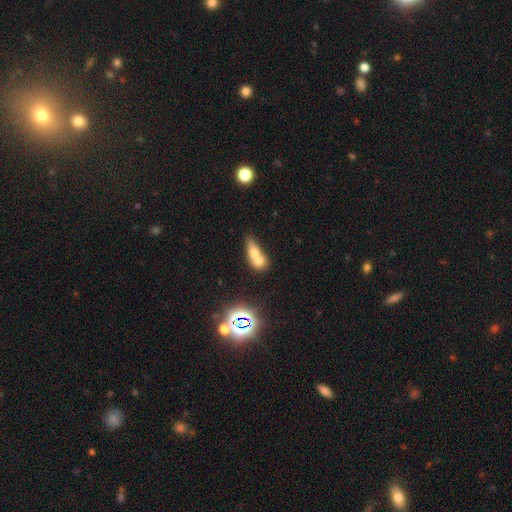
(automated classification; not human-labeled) Q: Smooth or featured?
A: smooth (61%); runner-up: featured or disk (25%)
Q: How rounded?
A: in between (56%); runner-up: round (31%)
Q: Merging?
A: merger (71%); runner-up: none (18%)